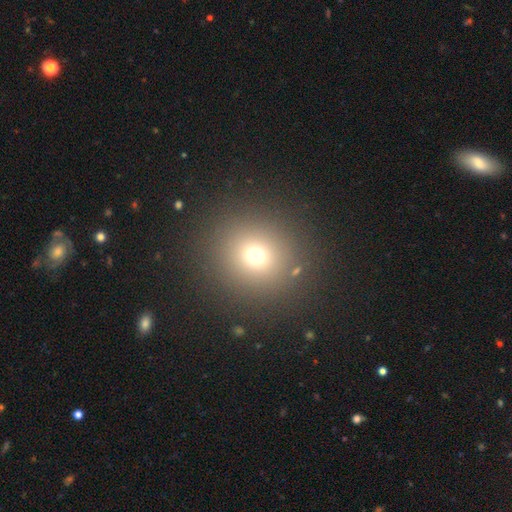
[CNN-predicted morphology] smooth 68%, star or artifact 22%, featured or disk 10%. Down the decision tree: how rounded — round (90%); merging — none (86%).